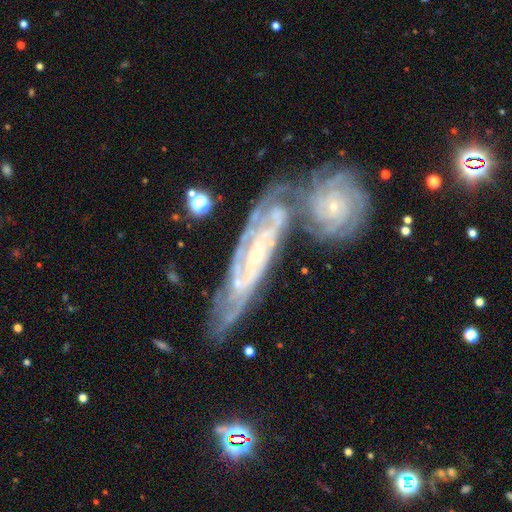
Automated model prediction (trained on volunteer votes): Smooth or featured: featured or disk — 87% (smooth — 7%)
Edge-on disk: no — 82% (yes — 18%)
Bar: no — 50% (weak — 33%)
Spiral arms: yes — 95% (no — 5%)
Spiral winding: tight — 74% (medium — 22%)
Spiral arm count: can't tell — 42% (2 — 21%)
Bulge size: small — 75% (moderate — 20%)
Merging: none — 45% (merger — 38%)